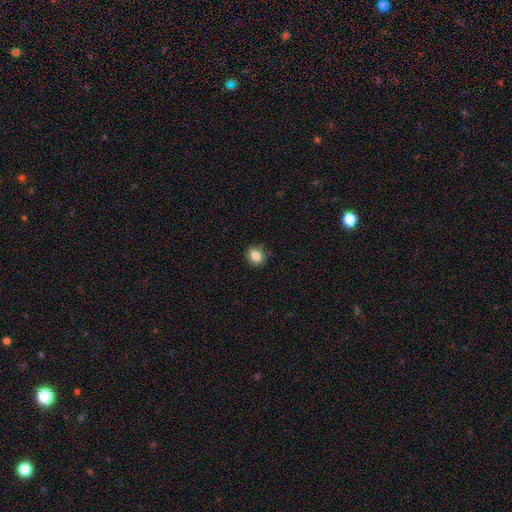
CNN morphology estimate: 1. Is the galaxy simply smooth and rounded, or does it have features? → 84% smooth, 10% star or artifact, 6% featured or disk.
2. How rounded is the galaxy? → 74% round, 25% in between, 1% cigar-shaped.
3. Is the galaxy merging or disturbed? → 88% none, 9% minor disturbance, 2% major disturbance, 1% merger.